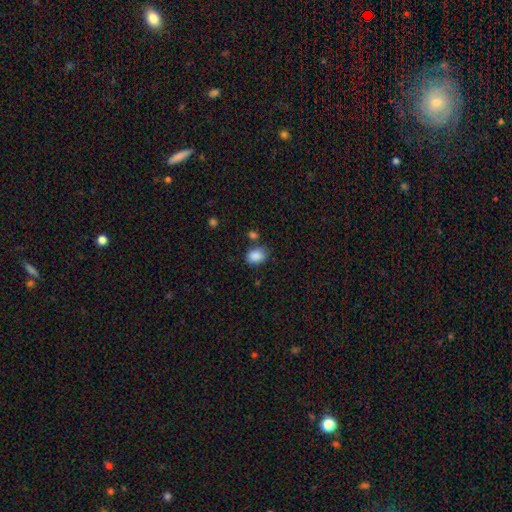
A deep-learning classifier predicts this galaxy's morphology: Smooth or featured?
  - smooth: 88% *
  - star or artifact: 9%
  - featured or disk: 4%
How rounded?
  - in between: 70% *
  - round: 29%
  - cigar-shaped: 1%
Merging?
  - none: 74% *
  - minor disturbance: 15%
  - merger: 7%
  - major disturbance: 4%